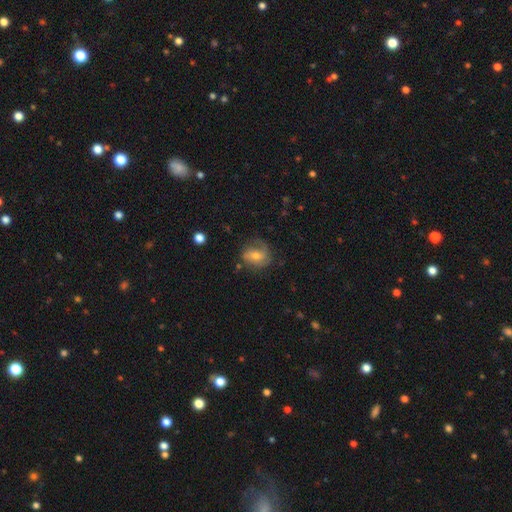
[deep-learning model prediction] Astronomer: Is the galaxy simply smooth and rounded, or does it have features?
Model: featured or disk — 53% (runner-up: smooth, 39%).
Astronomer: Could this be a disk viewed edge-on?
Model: no — 96%.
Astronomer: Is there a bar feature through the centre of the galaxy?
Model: weak — 43% (runner-up: no, 41%).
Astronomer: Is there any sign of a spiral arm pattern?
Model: yes — 82%.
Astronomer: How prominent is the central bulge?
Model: moderate — 56% (runner-up: small, 34%).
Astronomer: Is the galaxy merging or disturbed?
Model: none — 59%.